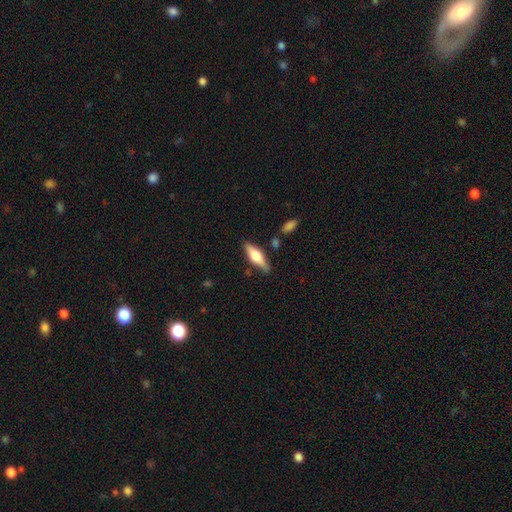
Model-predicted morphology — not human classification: Overall: featured or disk (54%; smooth 40%). Edge-on disk: yes (94%). Edge-on bulge: rounded (89%). Merging: none (81%).